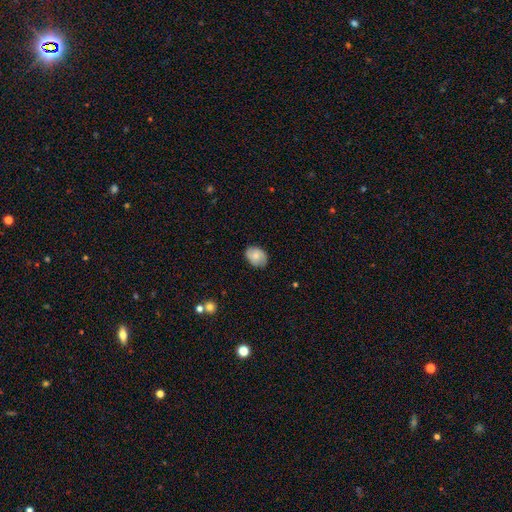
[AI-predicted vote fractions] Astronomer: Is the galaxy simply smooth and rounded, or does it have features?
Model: smooth — 64%.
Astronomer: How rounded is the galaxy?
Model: in between — 68%.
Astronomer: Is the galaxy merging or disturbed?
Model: none — 79%.